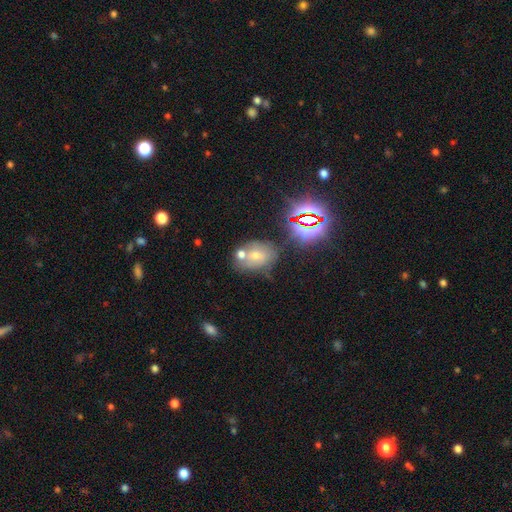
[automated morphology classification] A star or artifact, not a galaxy (40%).